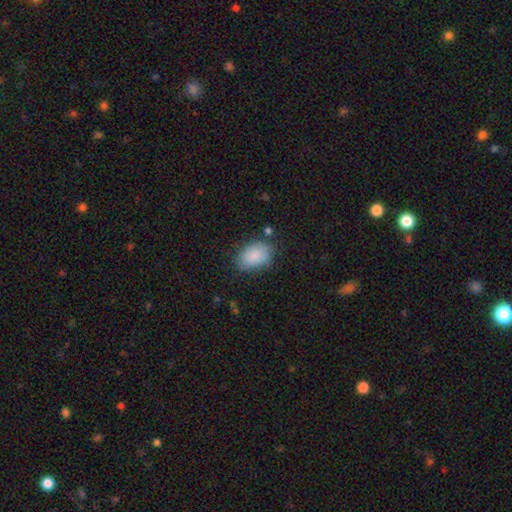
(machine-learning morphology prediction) Smooth or featured?
  - smooth: 86% *
  - featured or disk: 7%
  - star or artifact: 7%
How rounded?
  - in between: 88% *
  - round: 11%
  - cigar-shaped: 1%
Merging?
  - none: 72% *
  - minor disturbance: 19%
  - major disturbance: 5%
  - merger: 3%